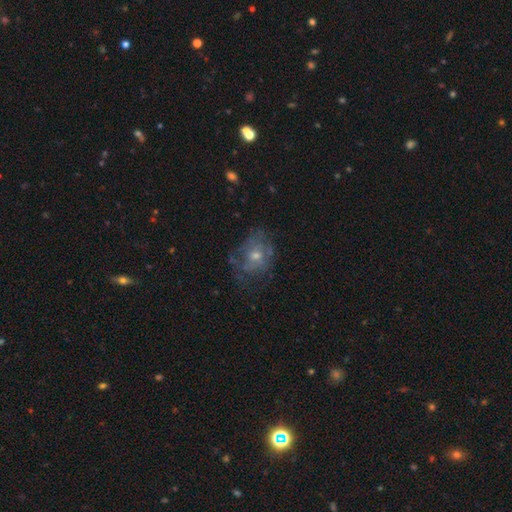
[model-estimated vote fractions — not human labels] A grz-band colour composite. It shows a featured or disk galaxy (50%). Merging: none (53%).